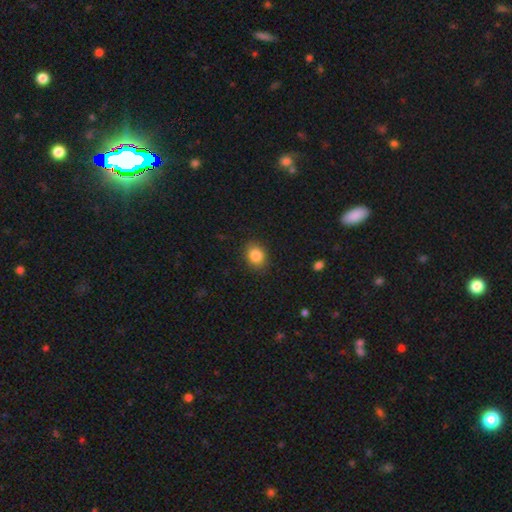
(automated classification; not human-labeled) smooth 84%, star or artifact 10%, featured or disk 6%. Down the decision tree: how rounded — in between (50%); merging — none (87%).